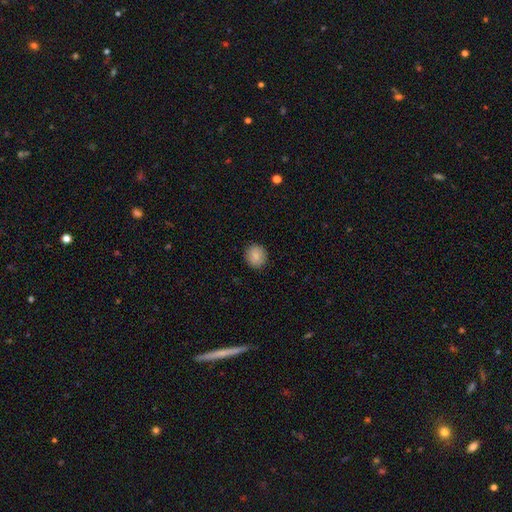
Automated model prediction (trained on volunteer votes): Overall: smooth (85%). How rounded: round (86%). Merging: none (90%).